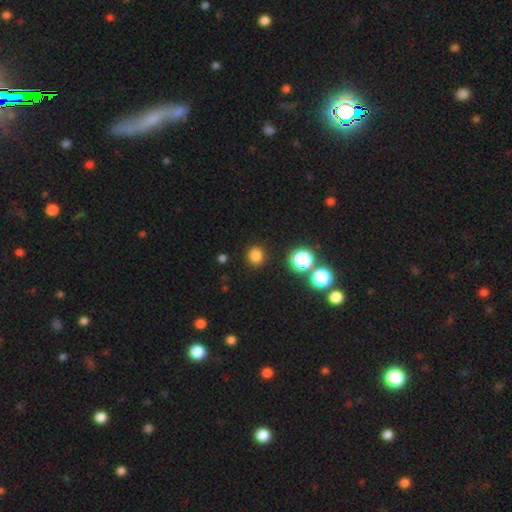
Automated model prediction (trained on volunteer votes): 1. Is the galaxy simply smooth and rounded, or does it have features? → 79% smooth, 17% star or artifact, 4% featured or disk.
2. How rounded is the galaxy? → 88% round, 11% in between, 1% cigar-shaped.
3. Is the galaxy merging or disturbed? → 89% none, 6% minor disturbance, 2% major disturbance, 2% merger.